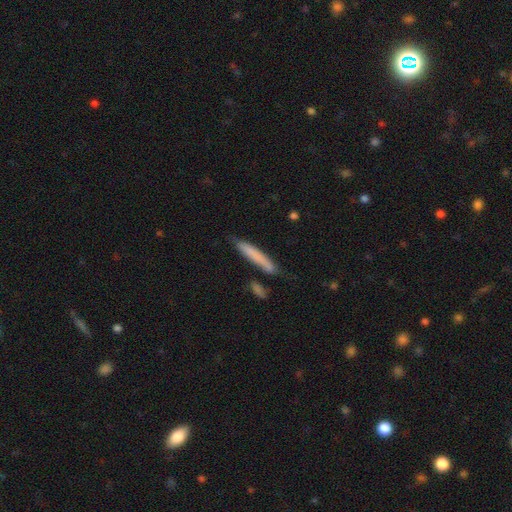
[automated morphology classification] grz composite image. It shows a smooth galaxy with no disk features (72%) that is cigar-shaped (94%). Merging: none (74%).